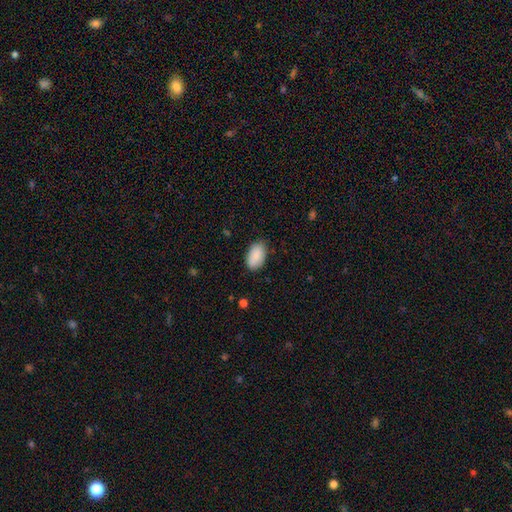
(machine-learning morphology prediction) type=smooth (90%); roundness=in between (94%); merging=none (81%).